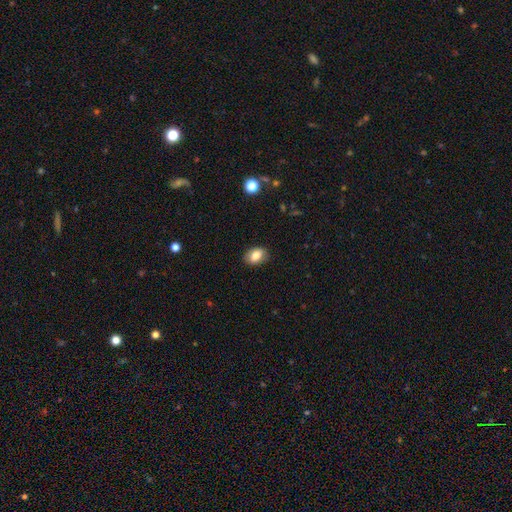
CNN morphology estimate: Overall: smooth (82%). How rounded: in between (80%). Merging: none (87%).